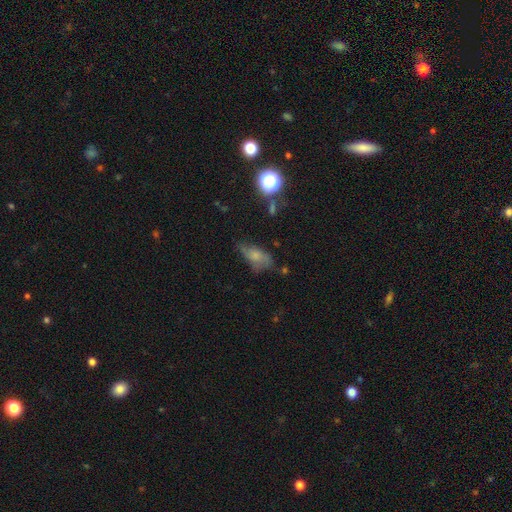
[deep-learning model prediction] Q: Smooth or featured?
A: smooth (57%); runner-up: featured or disk (29%)
Q: How rounded?
A: in between (84%); runner-up: cigar-shaped (10%)
Q: Merging?
A: none (41%); runner-up: minor disturbance (35%)